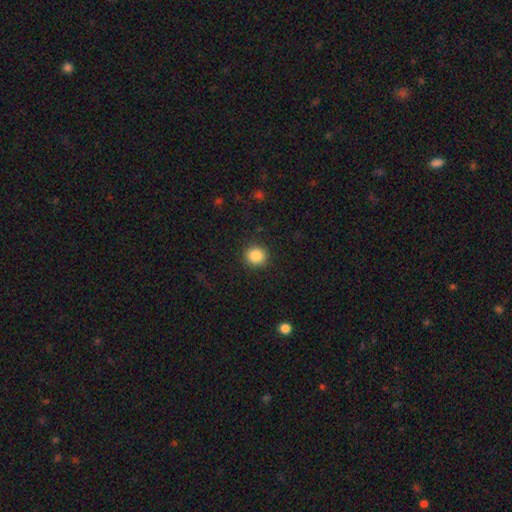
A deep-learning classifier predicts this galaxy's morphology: A smooth galaxy with no disk features (87%) that is round (88%). Merging: none (90%).